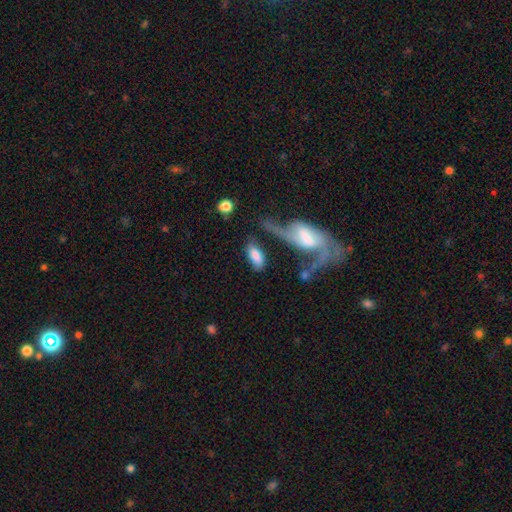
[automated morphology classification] smooth_or_featured: smooth (p=0.76) [alt: featured or disk p=0.18]
how_rounded: in between (p=0.89) [alt: cigar-shaped p=0.08]
merging: none (p=0.50) [alt: minor disturbance p=0.18]